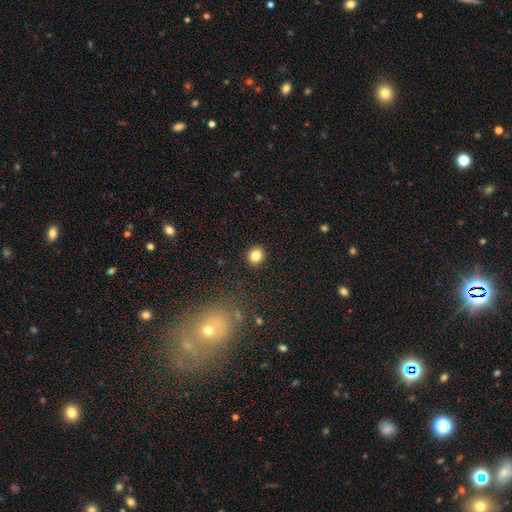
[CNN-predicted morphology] type=smooth (83%); roundness=round (83%); merging=none (91%).